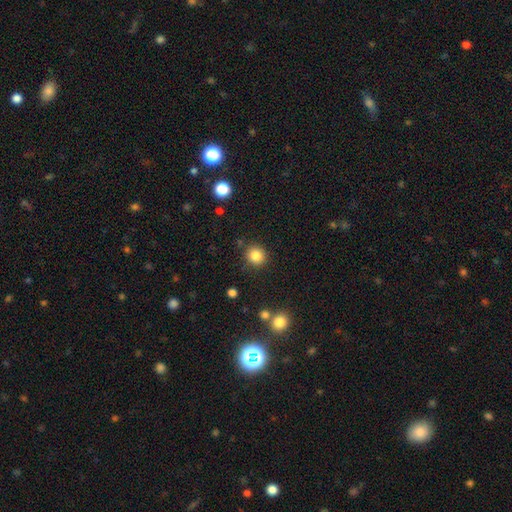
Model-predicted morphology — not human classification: Overall: smooth (85%). How rounded: round (88%). Merging: none (86%).